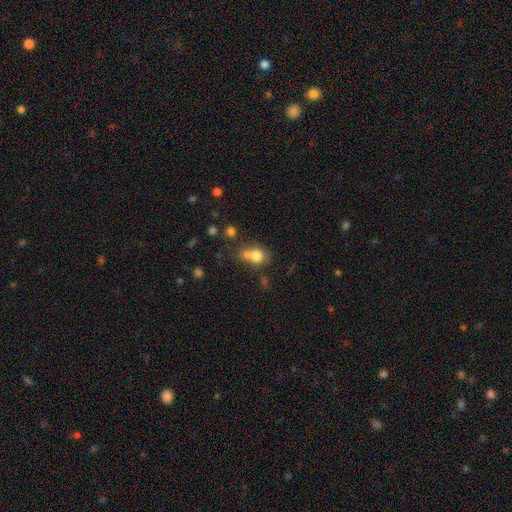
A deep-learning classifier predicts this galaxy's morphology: Smooth or featured? smooth (75%)
How rounded? round (68%)
Merging? merger (46%)